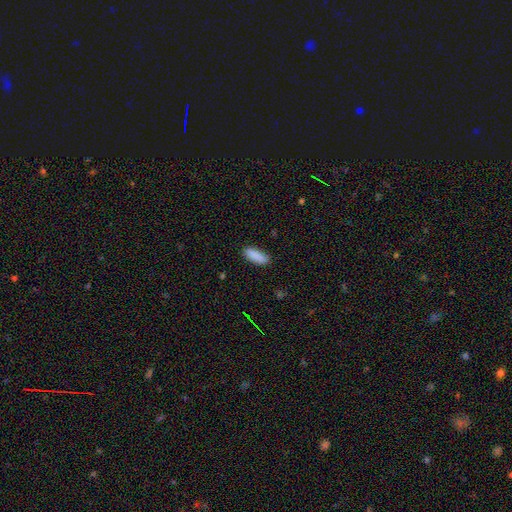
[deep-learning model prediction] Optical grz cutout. It shows a smooth galaxy with no disk features (89%) that is in between round and cigar-shaped (66%). Merging: none (86%).